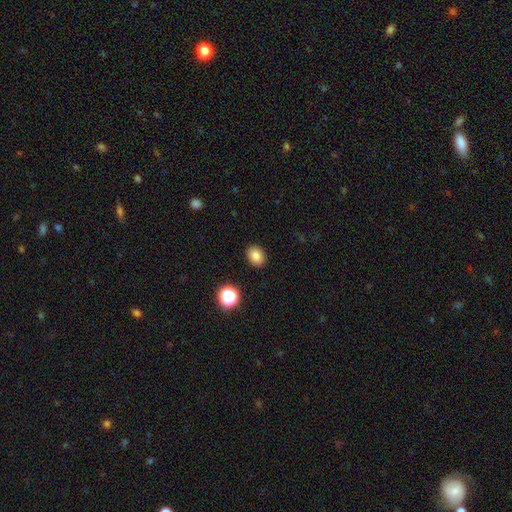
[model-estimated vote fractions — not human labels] Q: Smooth or featured?
A: smooth (82%); runner-up: star or artifact (12%)
Q: How rounded?
A: in between (53%); runner-up: round (47%)
Q: Merging?
A: none (88%); runner-up: minor disturbance (9%)